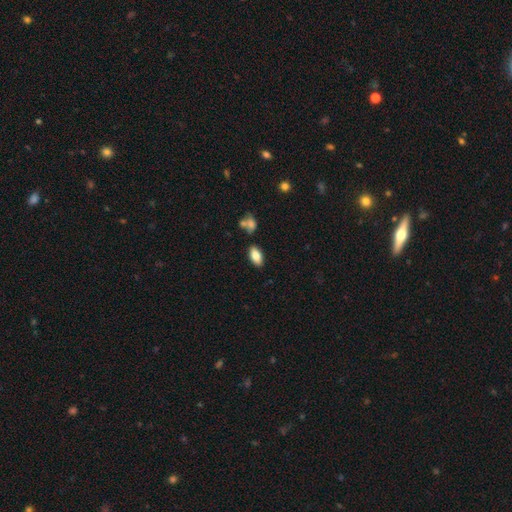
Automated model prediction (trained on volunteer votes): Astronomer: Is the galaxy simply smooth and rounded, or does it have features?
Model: smooth — 81%.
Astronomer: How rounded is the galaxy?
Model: in between — 92%.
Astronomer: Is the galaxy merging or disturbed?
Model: none — 82%.